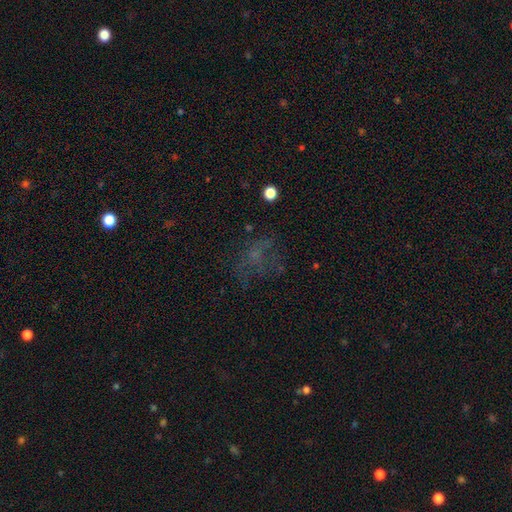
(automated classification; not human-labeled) A smooth galaxy with no disk features (35%). Merging: none (50%).